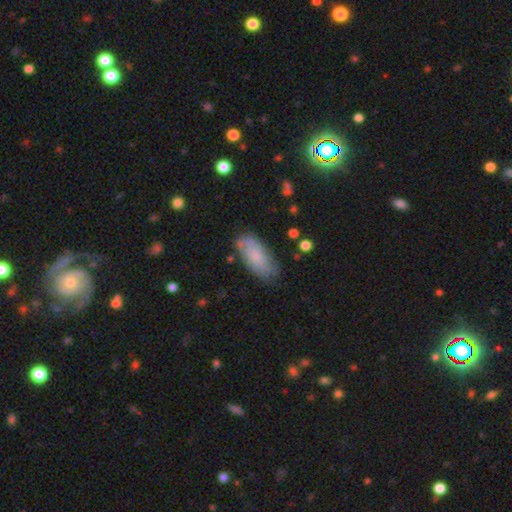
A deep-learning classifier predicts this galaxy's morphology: Smooth or featured? smooth (61%)
How rounded? in between (86%)
Merging? none (71%)